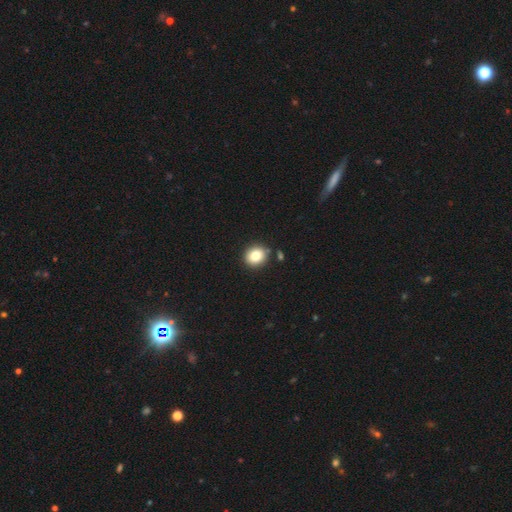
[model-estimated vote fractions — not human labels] This is clearly a smooth galaxy (81%). How rounded: likely round (77%). Merging: clearly none (84%).